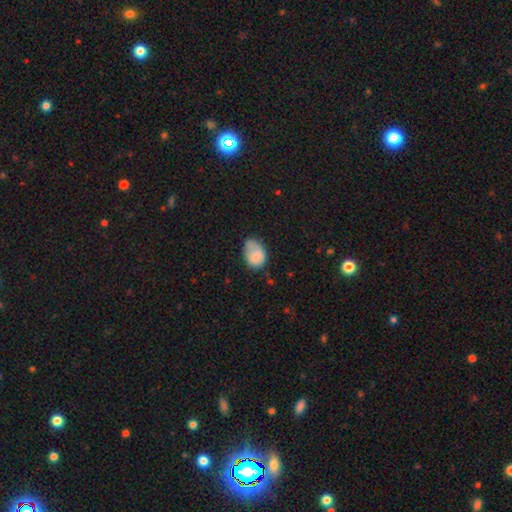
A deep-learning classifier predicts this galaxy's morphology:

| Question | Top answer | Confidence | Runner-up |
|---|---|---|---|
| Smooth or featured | smooth | 78% | featured or disk (14%) |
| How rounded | in between | 79% | round (19%) |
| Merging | minor disturbance | 41% | none (36%) |